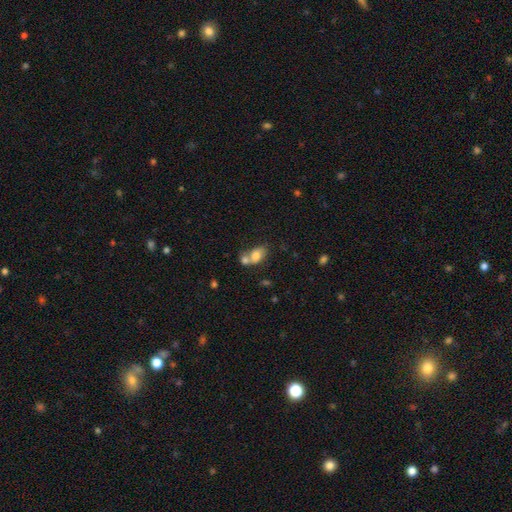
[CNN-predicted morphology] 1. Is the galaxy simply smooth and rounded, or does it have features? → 77% smooth, 14% featured or disk, 9% star or artifact.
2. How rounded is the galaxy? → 84% in between, 14% round, 2% cigar-shaped.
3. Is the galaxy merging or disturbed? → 55% merger, 28% none, 11% minor disturbance, 6% major disturbance.